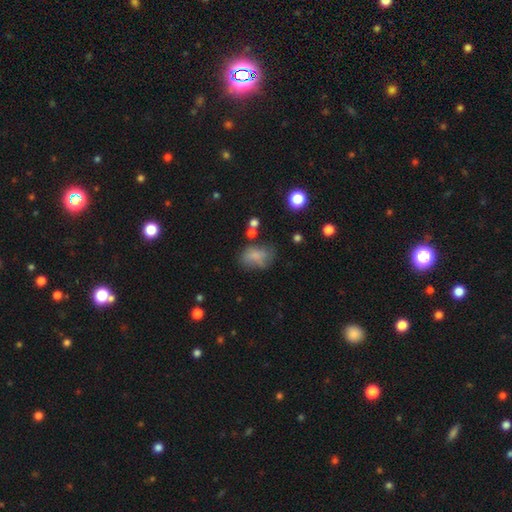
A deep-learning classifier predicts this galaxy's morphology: smooth-or-featured: smooth: 69% | featured or disk: 20% | star or artifact: 12%
  how-rounded: in between: 77% | round: 21% | cigar-shaped: 2%
  merging: none: 42% | minor disturbance: 28% | major disturbance: 21% | merger: 9%